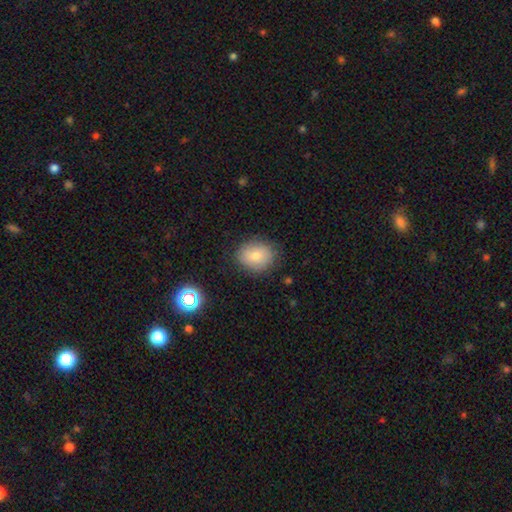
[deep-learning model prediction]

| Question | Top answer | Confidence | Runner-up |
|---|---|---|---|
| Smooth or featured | smooth | 77% | featured or disk (12%) |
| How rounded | round | 57% | in between (42%) |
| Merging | none | 83% | minor disturbance (12%) |